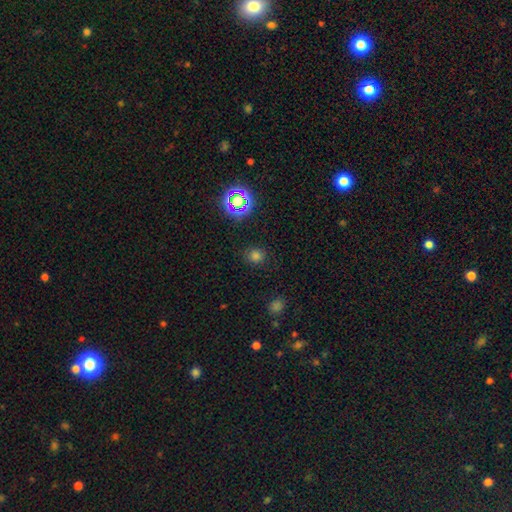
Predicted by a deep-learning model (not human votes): Smooth or featured?
  - smooth: 72% *
  - star or artifact: 23%
  - featured or disk: 5%
How rounded?
  - round: 86% *
  - in between: 13%
  - cigar-shaped: 1%
Merging?
  - none: 85% *
  - minor disturbance: 10%
  - major disturbance: 4%
  - merger: 2%